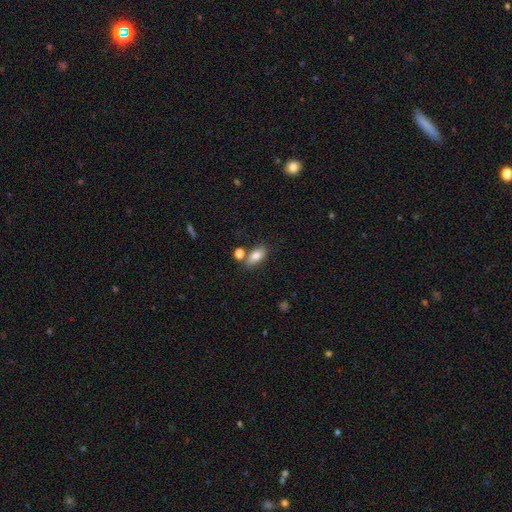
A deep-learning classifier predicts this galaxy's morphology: This is clearly a smooth galaxy (81%). How rounded: clearly in between (86%). Merging: likely none (68%).